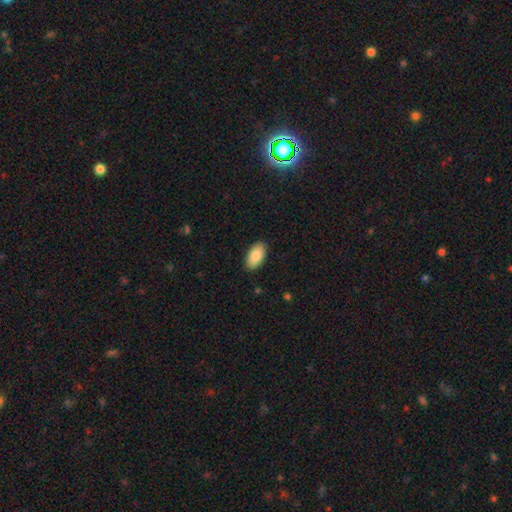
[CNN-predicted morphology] Q: Smooth or featured?
A: smooth (87%); runner-up: featured or disk (7%)
Q: How rounded?
A: in between (95%); runner-up: round (3%)
Q: Merging?
A: none (89%); runner-up: minor disturbance (8%)